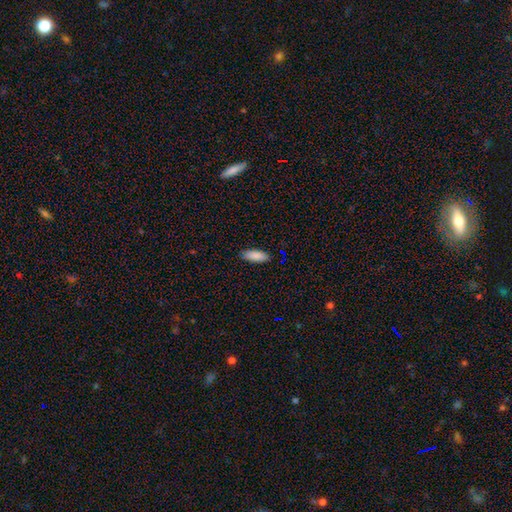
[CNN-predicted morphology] A smooth galaxy with no disk features (88%) that is in between round and cigar-shaped (71%). Merging: none (88%).